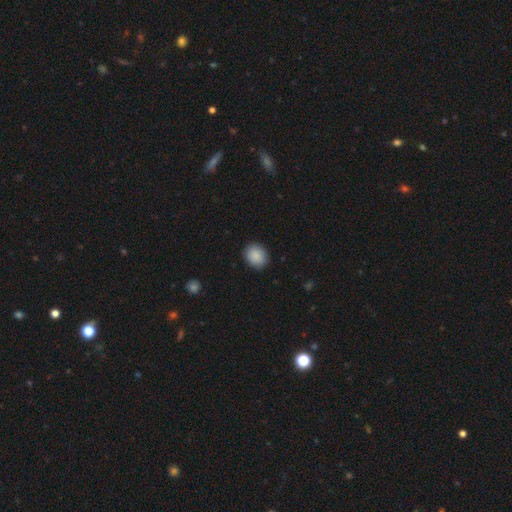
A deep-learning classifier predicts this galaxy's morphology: Overall: smooth (89%). How rounded: round (66%; in between 33%). Merging: none (89%).